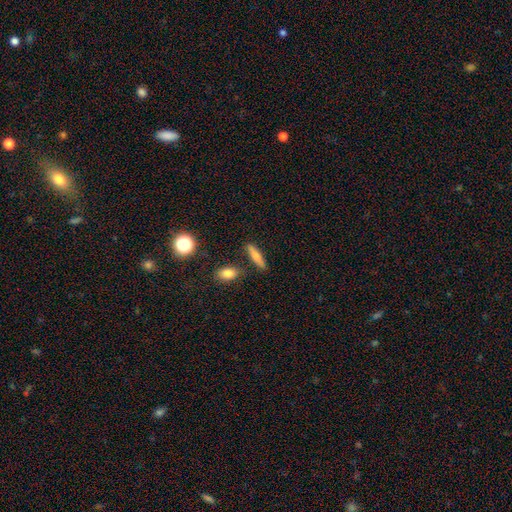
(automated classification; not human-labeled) A smooth galaxy with no disk features (76%) that is cigar-shaped (72%).

Vote fractions:
- Smooth or featured? smooth: 76% / featured or disk: 15% / star or artifact: 9%
- How rounded? cigar-shaped: 72% / in between: 24% / round: 4%
- Merging? none: 79% / minor disturbance: 12% / merger: 6% / major disturbance: 3%